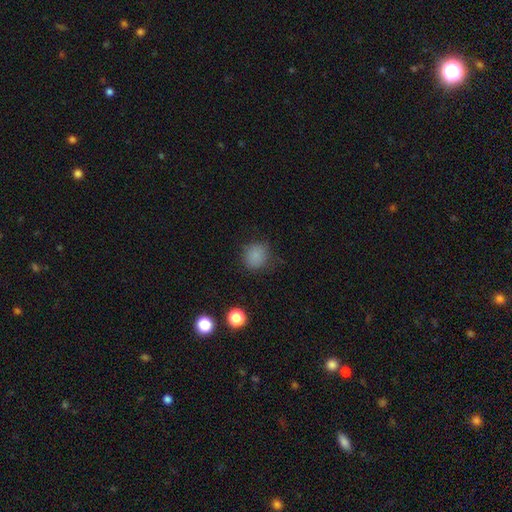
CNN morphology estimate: Smooth or featured: smooth — 82% (star or artifact — 13%)
How rounded: round — 85% (in between — 14%)
Merging: none — 78% (minor disturbance — 15%)